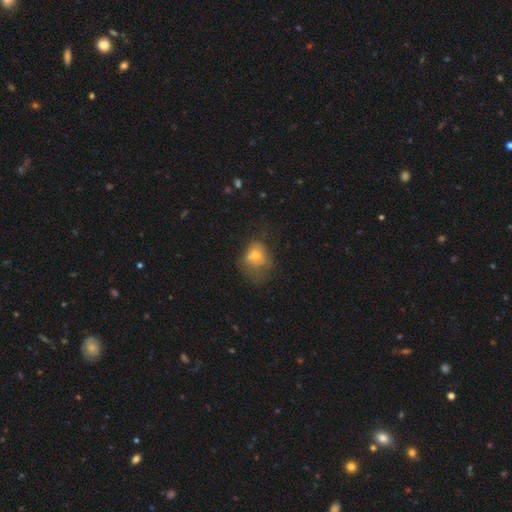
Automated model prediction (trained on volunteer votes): The model was most divided on "how rounded": round: 50%, in between: 49%, cigar-shaped: 1%. Remaining: smooth or featured — smooth (61%); merging — none (31%).